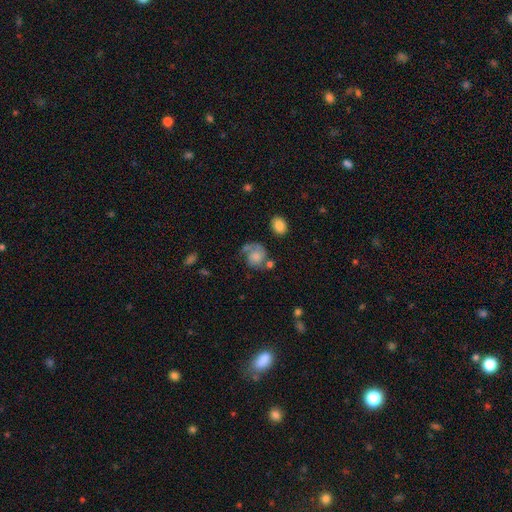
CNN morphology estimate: featured or disk 57%, smooth 34%, star or artifact 9%. Down the decision tree: edge-on disk — no (98%); bar — no (77%); spiral arms — yes (88%); bulge size — none (30%); merging — none (41%).